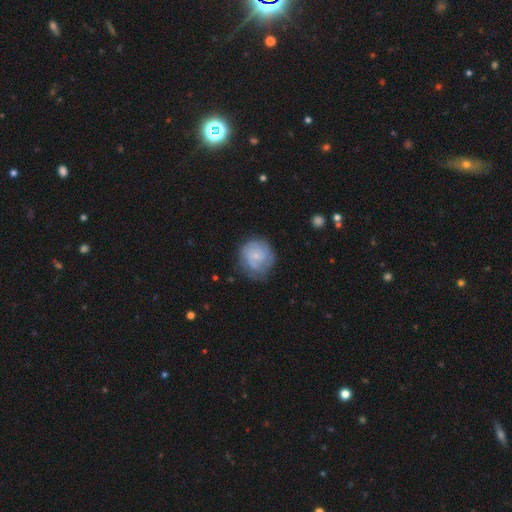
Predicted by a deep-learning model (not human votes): smooth-or-featured: smooth: 51% | featured or disk: 42% | star or artifact: 8%
  how-rounded: round: 87% | in between: 12% | cigar-shaped: 1%
  merging: none: 59% | minor disturbance: 26% | major disturbance: 12% | merger: 3%